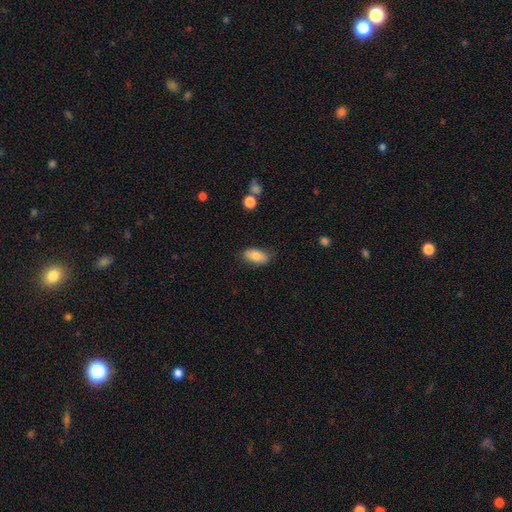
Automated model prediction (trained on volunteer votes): Morphology: type=smooth (81%); roundness=in between (90%); merging=none (81%).